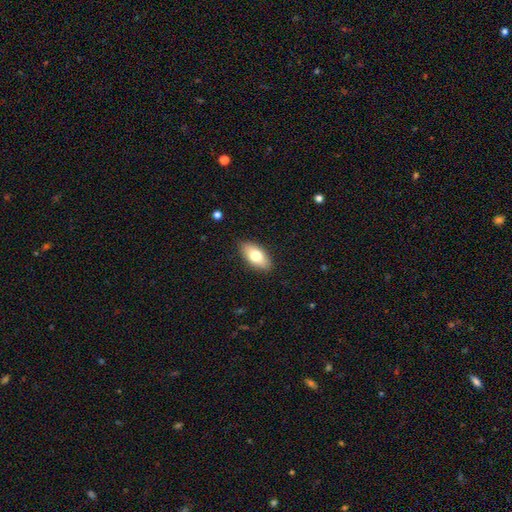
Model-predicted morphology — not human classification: Smooth or featured? Predicted: smooth (p=0.75). How rounded? Predicted: in between (p=0.91). Merging? Predicted: none (p=0.87).